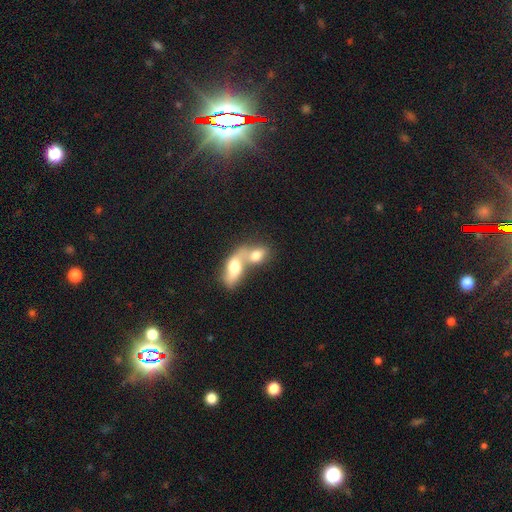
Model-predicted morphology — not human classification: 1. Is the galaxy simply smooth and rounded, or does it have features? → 70% smooth, 22% featured or disk, 8% star or artifact.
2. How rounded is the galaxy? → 80% in between, 14% round, 5% cigar-shaped.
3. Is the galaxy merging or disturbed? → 77% merger, 14% none, 5% minor disturbance, 4% major disturbance.